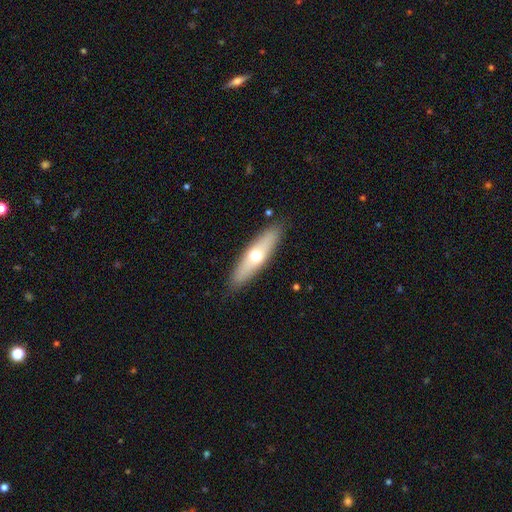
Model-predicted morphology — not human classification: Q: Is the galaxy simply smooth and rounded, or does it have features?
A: smooth — 54%.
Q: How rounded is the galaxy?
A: cigar-shaped — 66%.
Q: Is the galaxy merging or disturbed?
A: none — 88%.